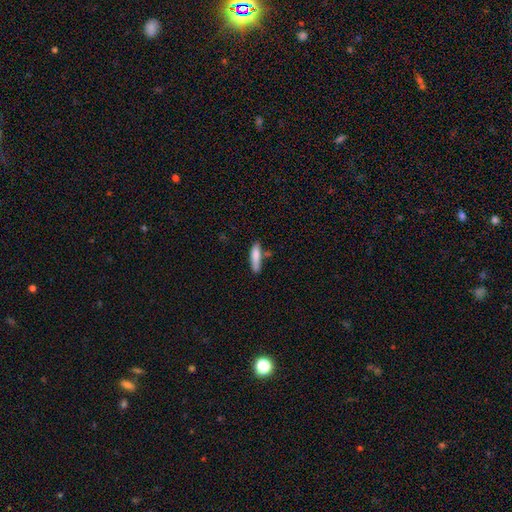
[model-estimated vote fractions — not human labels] Smooth or featured?
  - smooth: 82% *
  - featured or disk: 12%
  - star or artifact: 7%
How rounded?
  - cigar-shaped: 71% *
  - in between: 27%
  - round: 2%
Merging?
  - none: 62% *
  - minor disturbance: 22%
  - merger: 11%
  - major disturbance: 5%